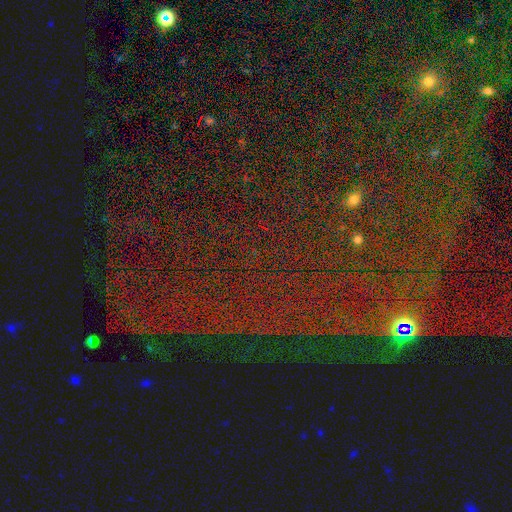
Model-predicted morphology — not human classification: Overall: star or artifact (83%).